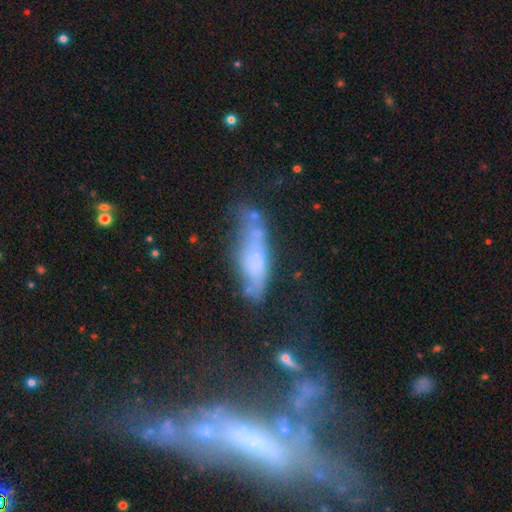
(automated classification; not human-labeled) Morphology: type=smooth (44%); merging=none (48%).